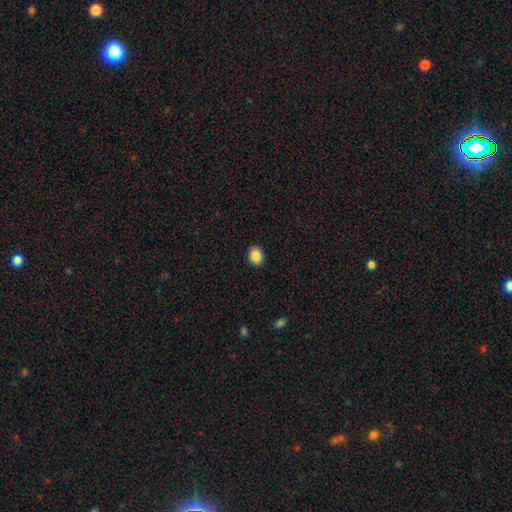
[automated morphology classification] Q: Smooth or featured?
A: smooth (86%); runner-up: star or artifact (9%)
Q: How rounded?
A: in between (55%); runner-up: round (44%)
Q: Merging?
A: none (91%); runner-up: minor disturbance (6%)